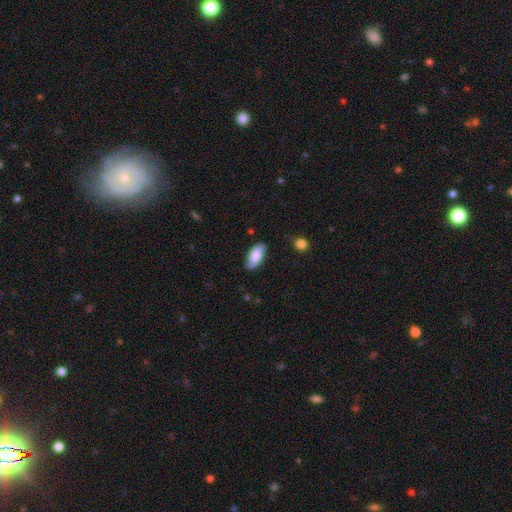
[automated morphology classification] Smooth or featured? Predicted: smooth (p=0.75). How rounded? Predicted: in between (p=0.92). Merging? Predicted: none (p=0.76).